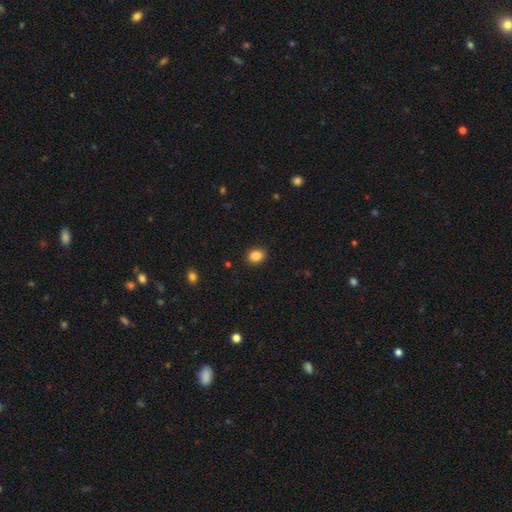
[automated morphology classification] This appears to be a smooth galaxy with no disk features (87%) that is in between round and cigar-shaped (55%). Merging: none (88%).